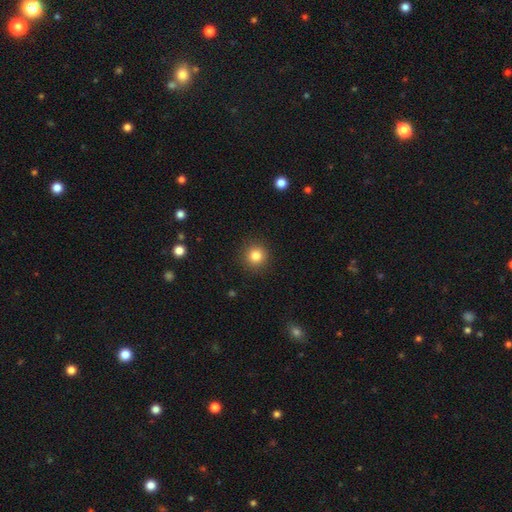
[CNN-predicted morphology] The model was most divided on "smooth or featured": smooth: 83%, star or artifact: 11%, featured or disk: 6%. More confident: how rounded — round (94%); merging — none (91%).